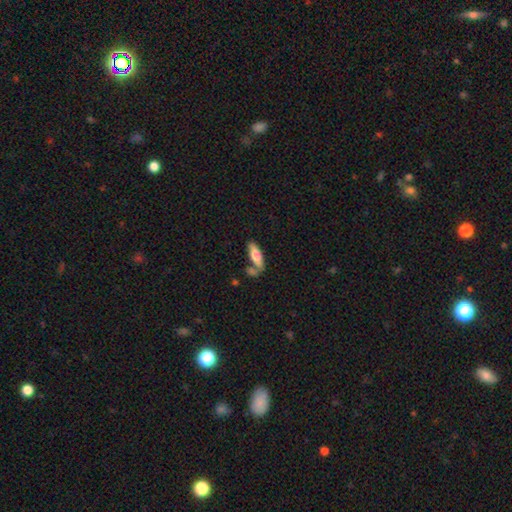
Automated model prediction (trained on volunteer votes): Overall: smooth (74%). How rounded: in between (53%; cigar-shaped 45%). Merging: none (53%; merger 24%).